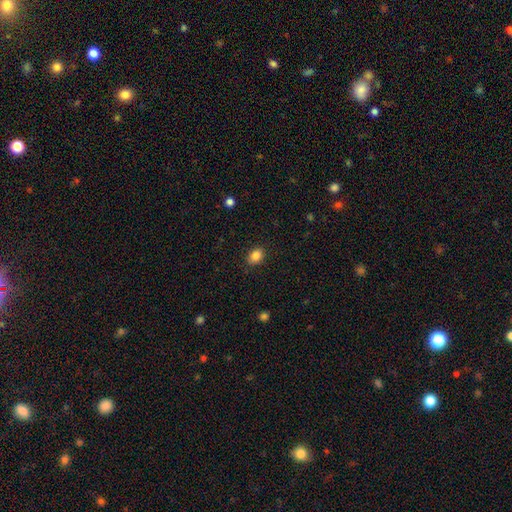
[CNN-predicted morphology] This appears to be a smooth galaxy with no disk features (86%) that is in between round and cigar-shaped (70%). Merging: none (86%).